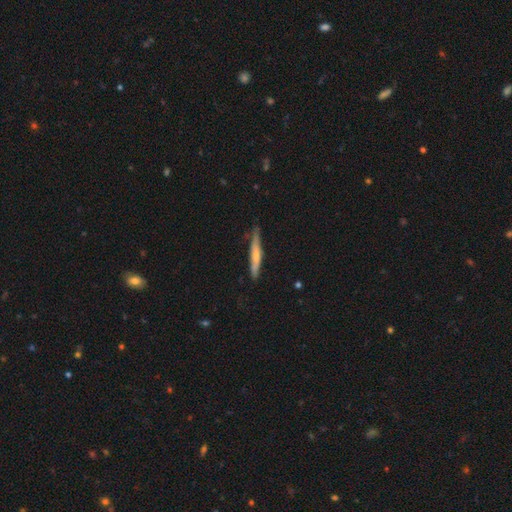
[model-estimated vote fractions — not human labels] Morphology: type=smooth (55%); roundness=cigar-shaped (94%); merging=none (77%).